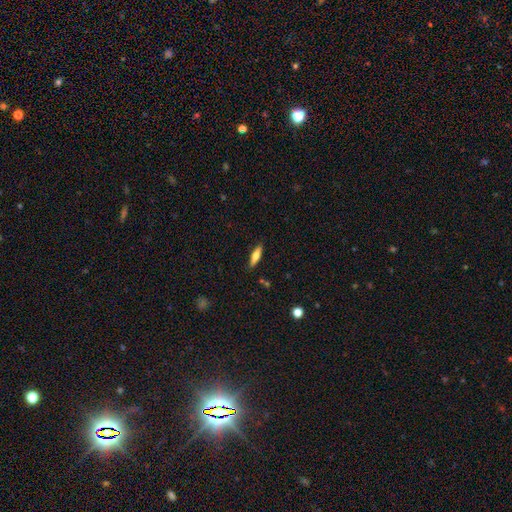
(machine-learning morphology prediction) smooth_or_featured: smooth (p=0.59) [alt: featured or disk p=0.34]
how_rounded: cigar-shaped (p=0.63) [alt: in between p=0.35]
merging: none (p=0.87) [alt: minor disturbance p=0.10]